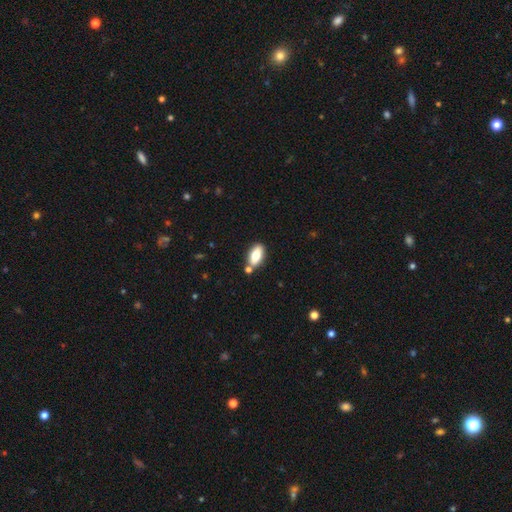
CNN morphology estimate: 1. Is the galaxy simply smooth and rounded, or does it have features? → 74% smooth, 19% featured or disk, 7% star or artifact.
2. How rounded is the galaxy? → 87% in between, 9% cigar-shaped, 3% round.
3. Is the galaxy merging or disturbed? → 73% none, 12% merger, 12% minor disturbance, 3% major disturbance.